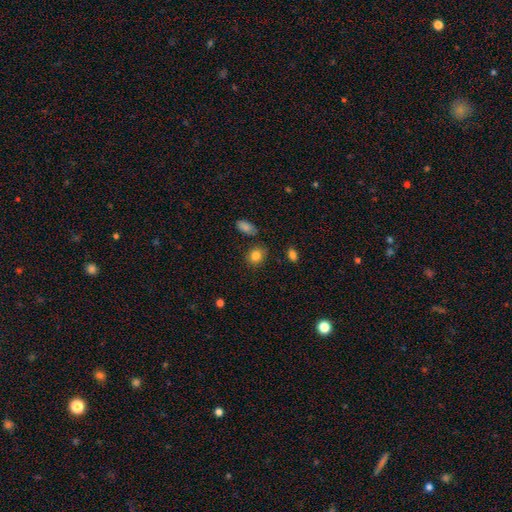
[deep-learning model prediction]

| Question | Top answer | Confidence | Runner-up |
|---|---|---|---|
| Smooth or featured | smooth | 85% | star or artifact (10%) |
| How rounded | round | 57% | in between (41%) |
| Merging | none | 77% | minor disturbance (15%) |